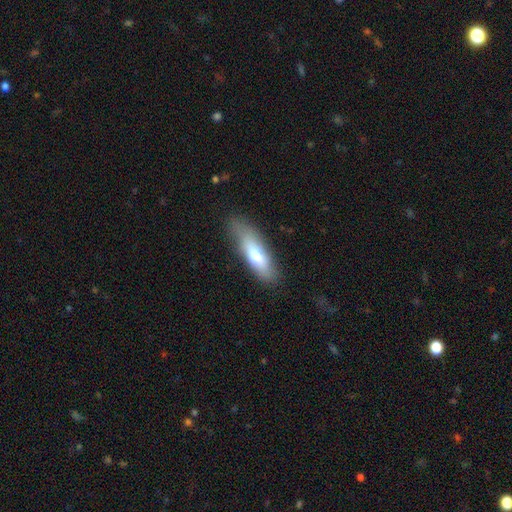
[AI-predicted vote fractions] smooth 70%, featured or disk 24%, star or artifact 6%. Down the decision tree: how rounded — cigar-shaped (55%); merging — none (71%).